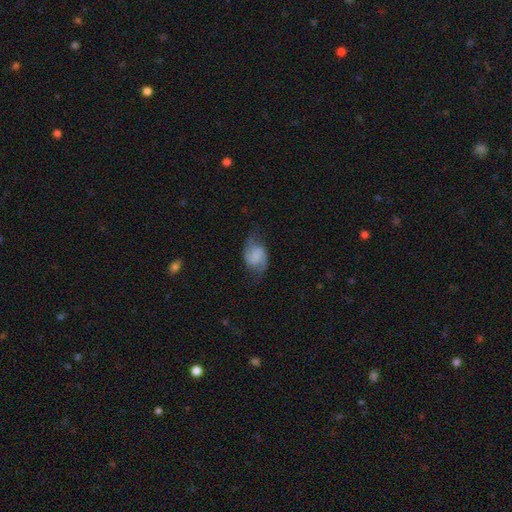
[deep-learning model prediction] A featured or disk galaxy (61%) with no bar (49%), 2 (91%) loose (46%) spiral arms (92%) and no central bulge (57%).

Vote fractions:
- Smooth or featured? featured or disk: 61% / smooth: 30% / star or artifact: 9%
- Edge-on disk? no: 97% / yes: 3%
- Bar? no: 49% / weak: 39% / strong: 12%
- Spiral arms? yes: 92% / no: 8%
- Spiral winding? loose: 46% / medium: 40% / tight: 14%
- Spiral arm count? 2: 91% / can't tell: 4% / 1: 2% / 3: 1% / 4: 1% / more than 4: 1%
- Bulge size? none: 57% / small: 20% / moderate: 12% / large: 7% / dominant: 4%
- Merging? none: 65% / minor disturbance: 22% / major disturbance: 11% / merger: 2%